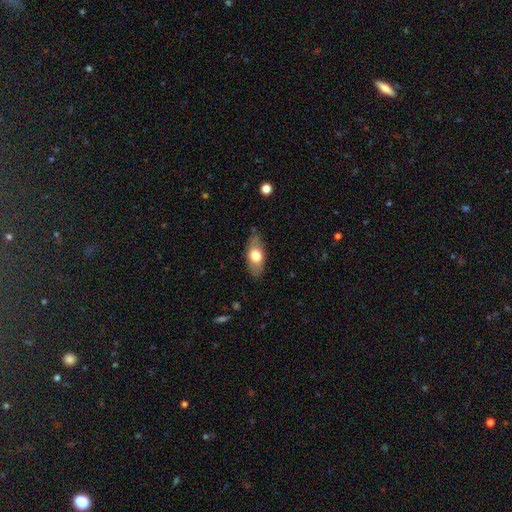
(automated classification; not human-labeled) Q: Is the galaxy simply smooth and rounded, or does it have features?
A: smooth — 67%.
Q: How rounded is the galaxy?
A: in between — 85%.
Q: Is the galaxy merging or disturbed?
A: none — 79%.